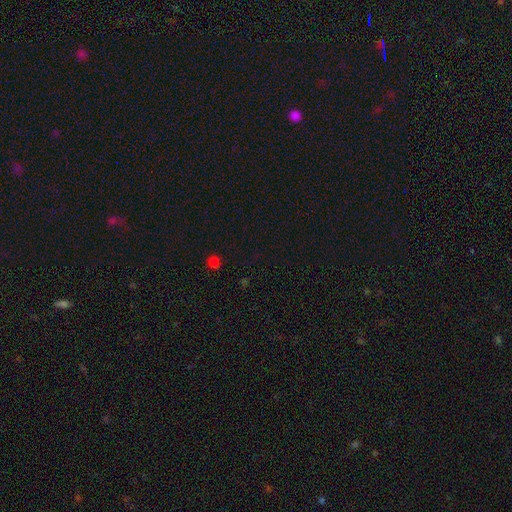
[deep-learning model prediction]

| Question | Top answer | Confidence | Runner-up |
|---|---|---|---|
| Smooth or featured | star or artifact | 63% | smooth (31%) |